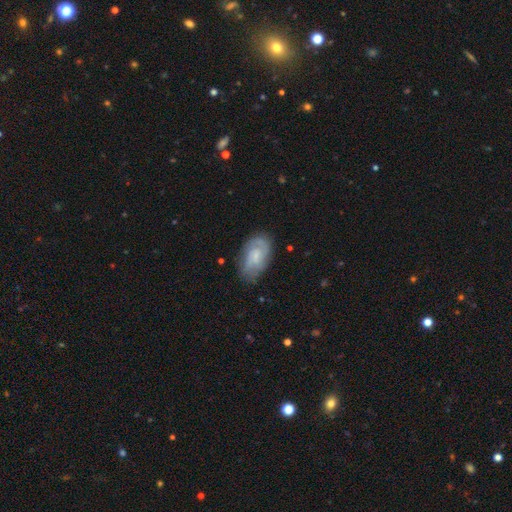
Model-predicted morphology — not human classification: featured or disk 62%, smooth 31%, star or artifact 7%. Down the decision tree: edge-on disk — no (96%); bar — no (54%); spiral arms — yes (89%); spiral arm count — 2 (57%); spiral winding — tight (46%); bulge size — small (48%); merging — none (72%).